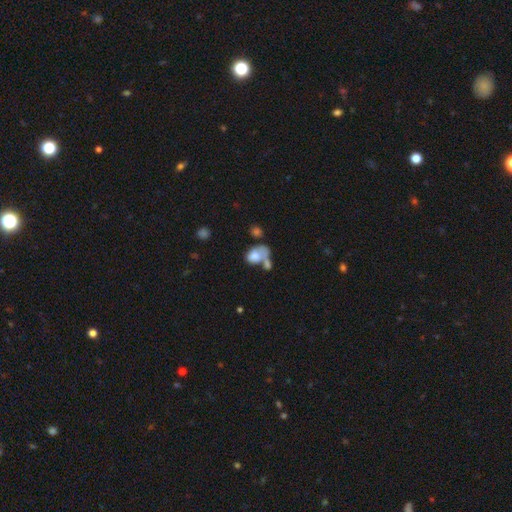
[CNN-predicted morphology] A smooth galaxy with no disk features (70%) that is in between round and cigar-shaped (81%). Merging: merger (49%).